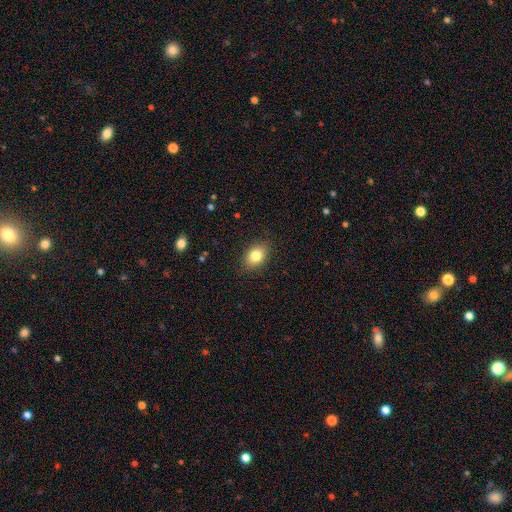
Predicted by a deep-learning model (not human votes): This appears to be a smooth galaxy with no disk features (81%) that is in between round and cigar-shaped (75%). Merging: none (86%).